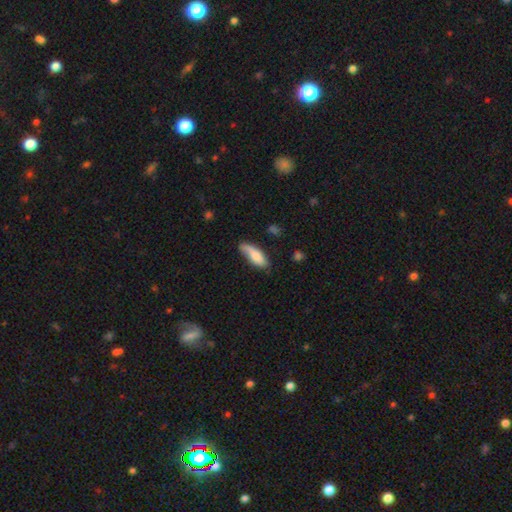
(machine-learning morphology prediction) smooth_or_featured: smooth (p=0.75) [alt: featured or disk p=0.19]
how_rounded: in between (p=0.66) [alt: cigar-shaped p=0.32]
merging: none (p=0.57) [alt: minor disturbance p=0.30]